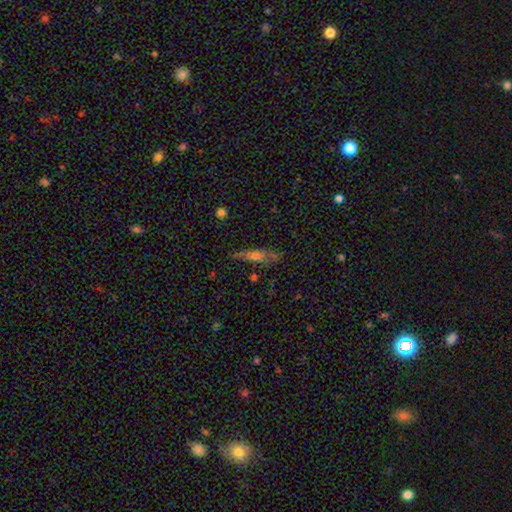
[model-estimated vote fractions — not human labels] This is possibly a smooth galaxy (48%). Merging: likely none (65%).